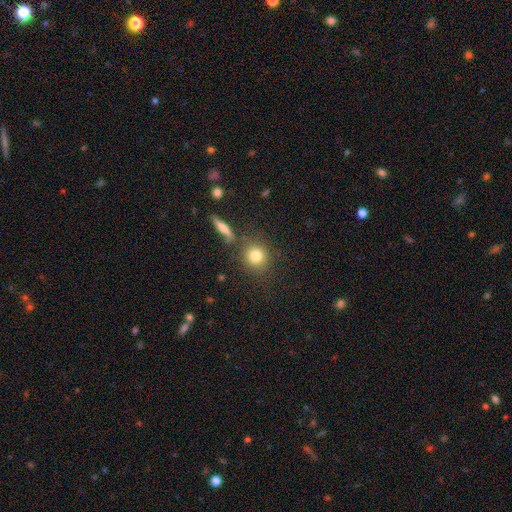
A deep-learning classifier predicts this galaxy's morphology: Smooth or featured: smooth — 80% (star or artifact — 11%)
How rounded: round — 82% (in between — 16%)
Merging: none — 78% (minor disturbance — 10%)